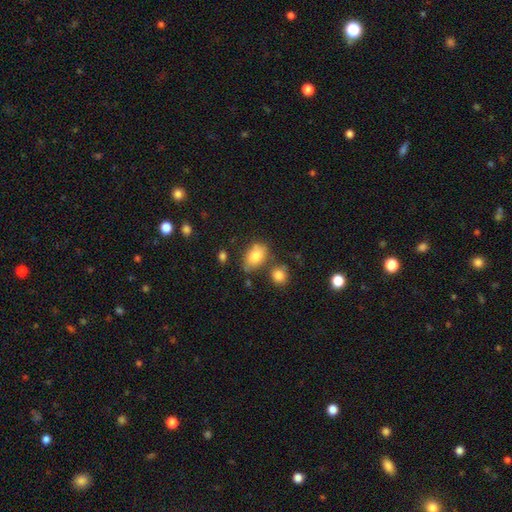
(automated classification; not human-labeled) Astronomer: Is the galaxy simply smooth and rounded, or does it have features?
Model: smooth — 81%.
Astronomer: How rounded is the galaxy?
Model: in between — 85%.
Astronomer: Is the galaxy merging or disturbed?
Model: none — 60%.